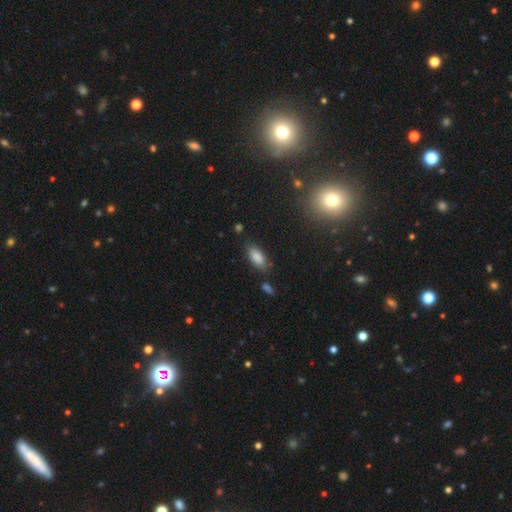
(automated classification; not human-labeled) Overall: smooth (85%). How rounded: in between (84%). Merging: none (76%).